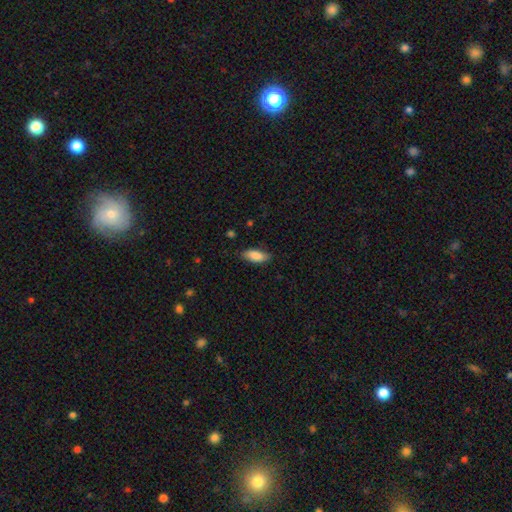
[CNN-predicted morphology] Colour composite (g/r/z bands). It shows a smooth galaxy with no disk features (86%) that is in between round and cigar-shaped (81%). Merging: none (81%).